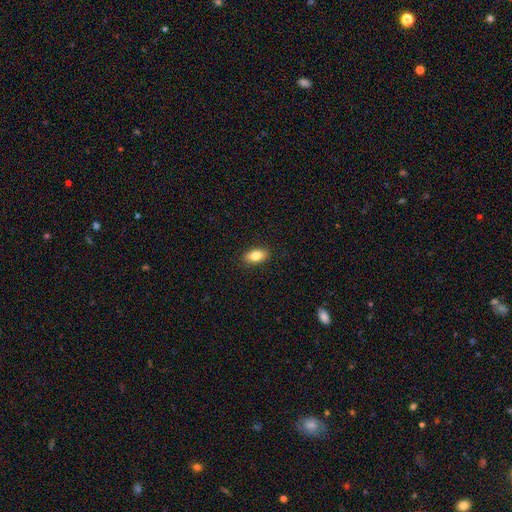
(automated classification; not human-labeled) A smooth galaxy with no disk features (81%) that is in between round and cigar-shaped (89%). Merging: none (90%).